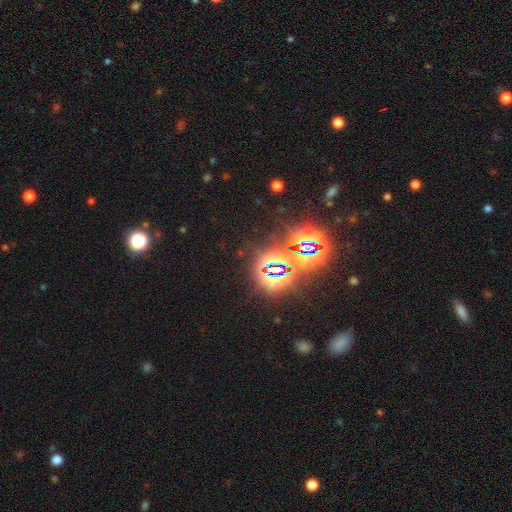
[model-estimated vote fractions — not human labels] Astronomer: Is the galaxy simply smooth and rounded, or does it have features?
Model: star or artifact — 78%.